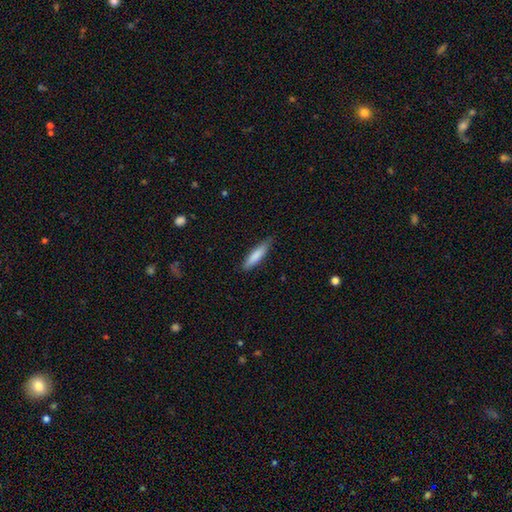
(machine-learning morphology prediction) Smooth or featured? smooth (82%)
How rounded? cigar-shaped (78%)
Merging? none (83%)